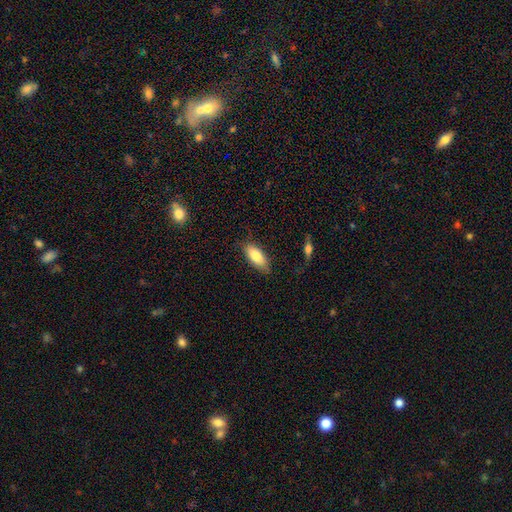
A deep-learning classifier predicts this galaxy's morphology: smooth_or_featured: smooth (p=0.81) [alt: featured or disk p=0.12]
how_rounded: in between (p=0.80) [alt: cigar-shaped p=0.18]
merging: none (p=0.82) [alt: minor disturbance p=0.14]